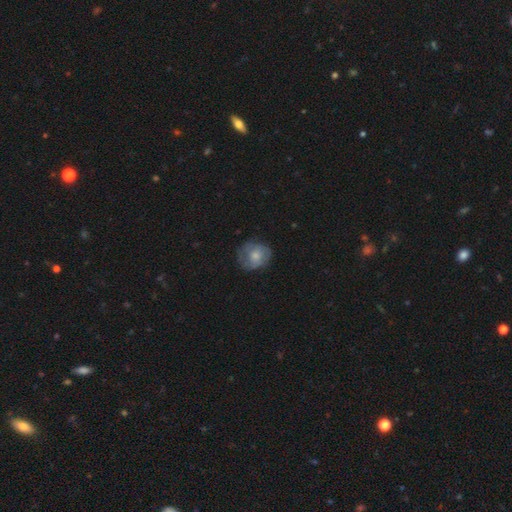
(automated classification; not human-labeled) Overall: smooth (58%; featured or disk 35%). How rounded: round (75%). Merging: none (64%).